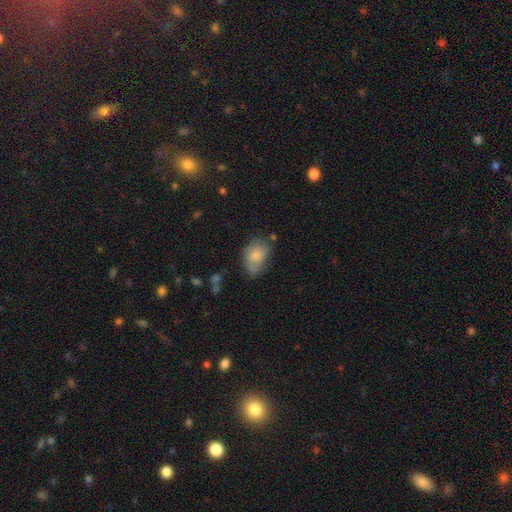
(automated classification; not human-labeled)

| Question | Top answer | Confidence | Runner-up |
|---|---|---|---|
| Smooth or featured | smooth | 75% | featured or disk (17%) |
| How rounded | in between | 86% | round (13%) |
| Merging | none | 44% | minor disturbance (34%) |